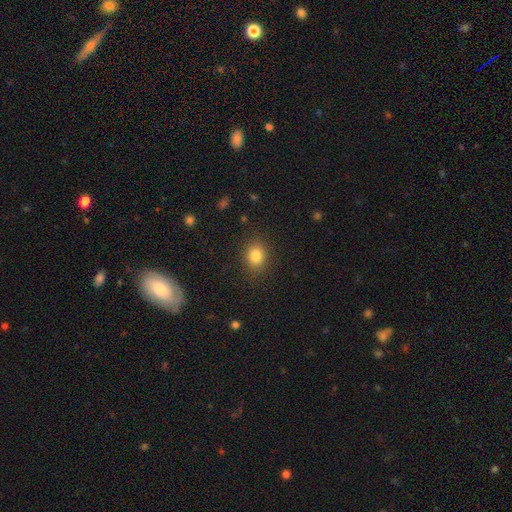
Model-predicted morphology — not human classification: A smooth galaxy with no disk features (82%) that is round (62%). Merging: none (87%).